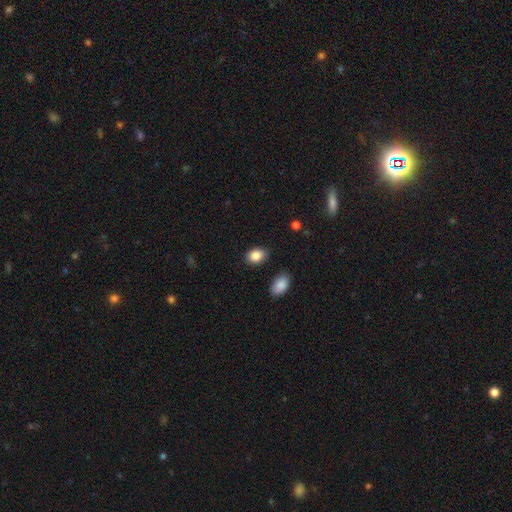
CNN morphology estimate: Smooth or featured? Predicted: smooth (p=0.87). How rounded? Predicted: in between (p=0.74). Merging? Predicted: none (p=0.82).